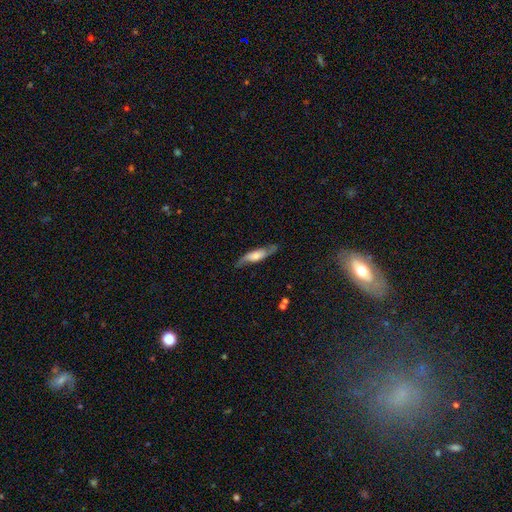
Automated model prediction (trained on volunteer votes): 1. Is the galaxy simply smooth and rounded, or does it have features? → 60% featured or disk, 34% smooth, 6% star or artifact.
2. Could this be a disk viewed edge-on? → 59% no, 41% yes.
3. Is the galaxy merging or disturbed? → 76% none, 17% minor disturbance, 6% major disturbance, 2% merger.